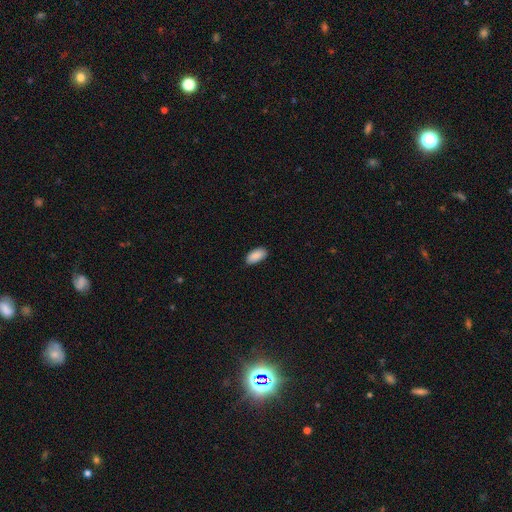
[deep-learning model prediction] Overall: smooth (90%). How rounded: in between (93%). Merging: none (85%).